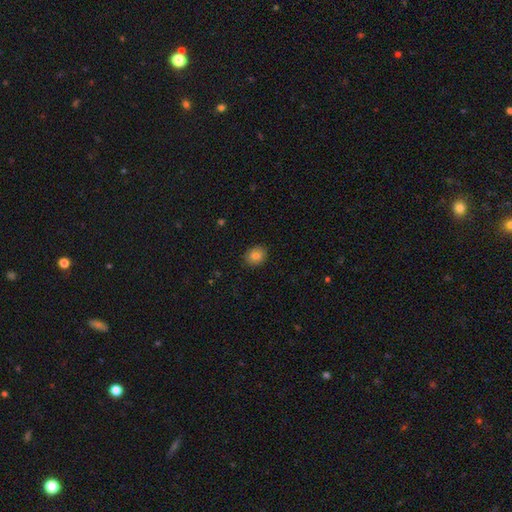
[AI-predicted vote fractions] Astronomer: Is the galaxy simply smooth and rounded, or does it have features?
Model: smooth — 83%.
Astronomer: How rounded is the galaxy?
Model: round — 61% (runner-up: in between, 38%).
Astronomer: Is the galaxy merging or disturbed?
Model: none — 89%.